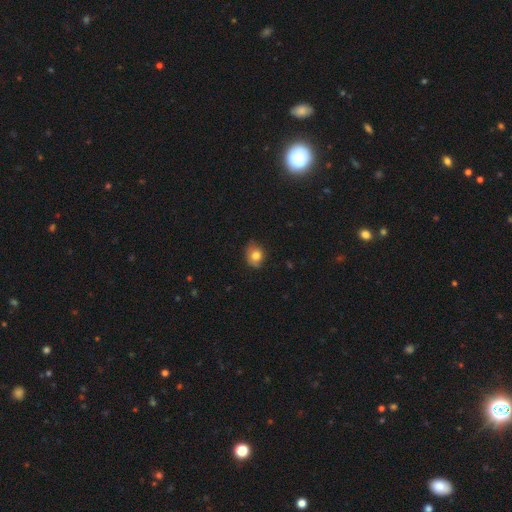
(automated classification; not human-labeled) Q: Smooth or featured?
A: smooth (78%); runner-up: featured or disk (12%)
Q: How rounded?
A: round (59%); runner-up: in between (40%)
Q: Merging?
A: none (67%); runner-up: minor disturbance (26%)